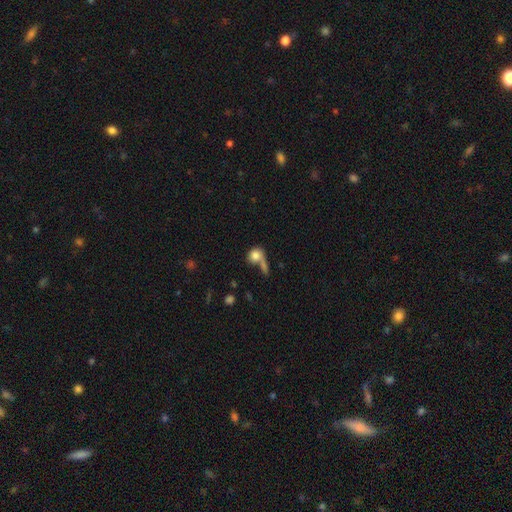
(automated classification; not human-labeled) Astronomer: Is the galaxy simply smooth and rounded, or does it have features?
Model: smooth — 78%.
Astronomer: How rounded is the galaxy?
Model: round — 70%.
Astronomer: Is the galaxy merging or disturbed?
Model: merger — 39% (runner-up: none, 36%).